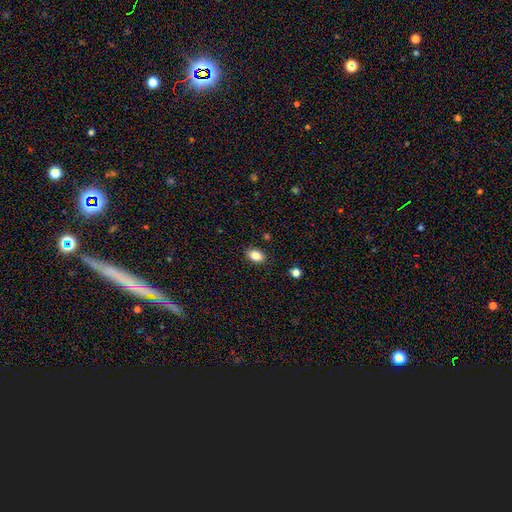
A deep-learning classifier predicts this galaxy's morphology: The model was most divided on "how rounded": in between: 85%, round: 14%, cigar-shaped: 1%. More confident: merging — none (87%); smooth or featured — smooth (85%).